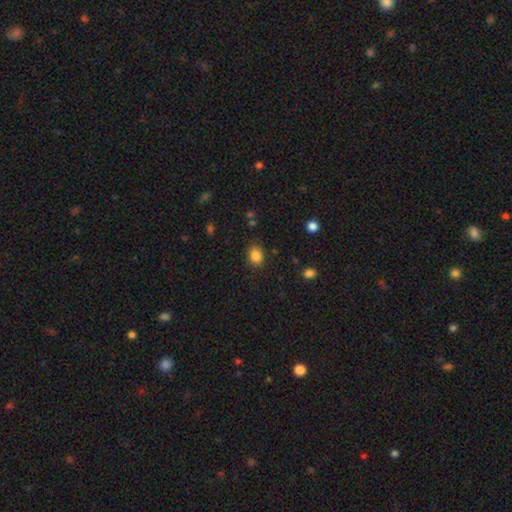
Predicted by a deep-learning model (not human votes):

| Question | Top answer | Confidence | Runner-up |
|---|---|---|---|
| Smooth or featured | smooth | 85% | star or artifact (10%) |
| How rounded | in between | 58% | round (41%) |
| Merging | none | 82% | minor disturbance (13%) |